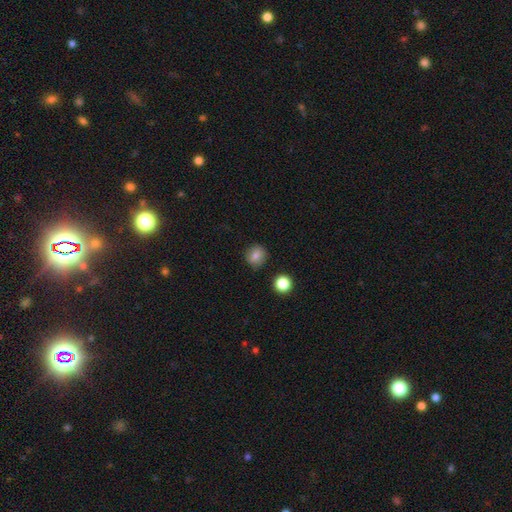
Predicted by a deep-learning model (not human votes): smooth_or_featured: smooth (p=0.79) [alt: star or artifact p=0.12]
how_rounded: round (p=0.90) [alt: in between p=0.09]
merging: none (p=0.87) [alt: minor disturbance p=0.08]